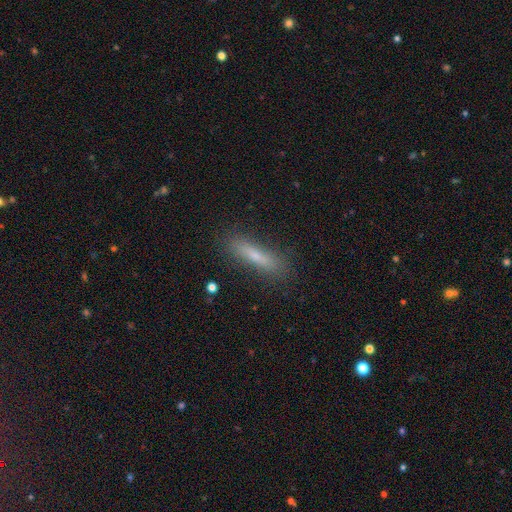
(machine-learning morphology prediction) smooth 65%, featured or disk 26%, star or artifact 9%. Down the decision tree: how rounded — cigar-shaped (84%); merging — none (83%).